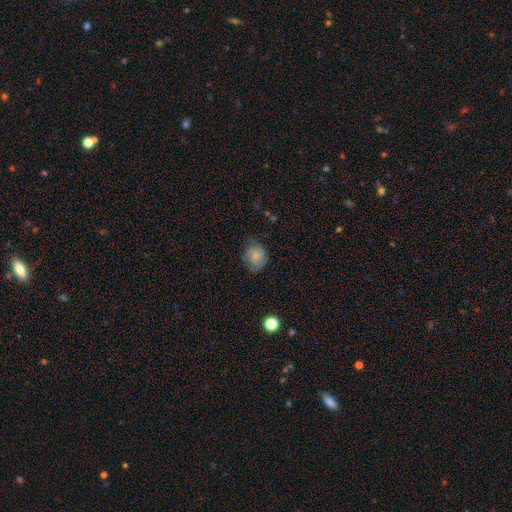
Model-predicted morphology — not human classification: type=smooth (72%); roundness=round (63%); merging=none (62%).